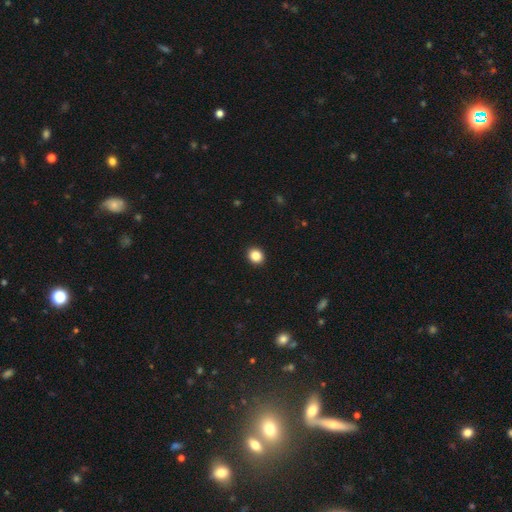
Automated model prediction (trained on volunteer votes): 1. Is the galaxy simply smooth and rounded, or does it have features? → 86% smooth, 10% star or artifact, 4% featured or disk.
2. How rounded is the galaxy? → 75% round, 24% in between, 1% cigar-shaped.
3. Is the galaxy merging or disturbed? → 93% none, 5% minor disturbance, 2% major disturbance, 1% merger.